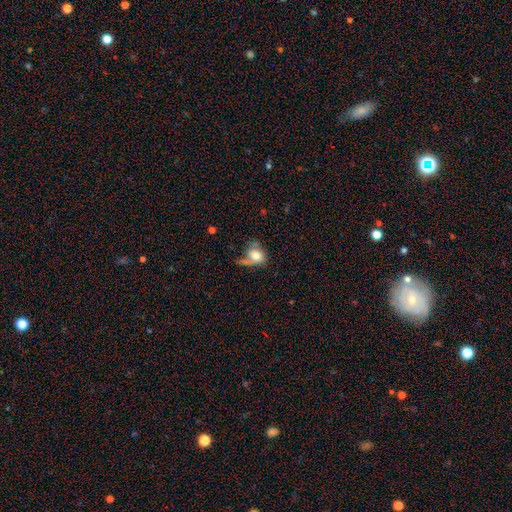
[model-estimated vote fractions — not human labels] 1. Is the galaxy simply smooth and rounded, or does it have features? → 66% smooth, 25% featured or disk, 9% star or artifact.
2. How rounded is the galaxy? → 52% in between, 46% round, 2% cigar-shaped.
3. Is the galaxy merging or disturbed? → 32% none, 29% major disturbance, 24% minor disturbance, 15% merger.